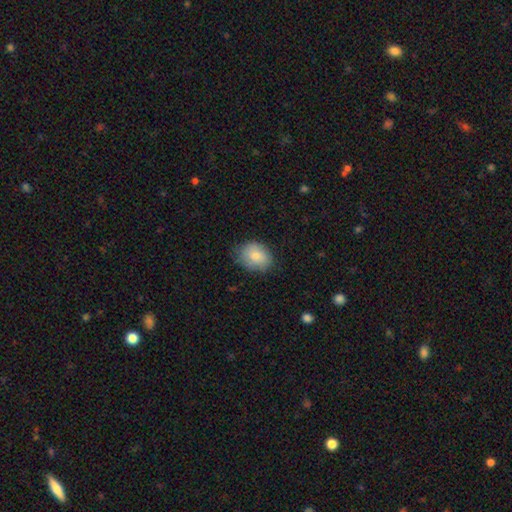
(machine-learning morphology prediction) smooth-or-featured: smooth: 82% | featured or disk: 12% | star or artifact: 7%
  how-rounded: in between: 58% | round: 41% | cigar-shaped: 1%
  merging: none: 73% | minor disturbance: 21% | major disturbance: 5% | merger: 1%